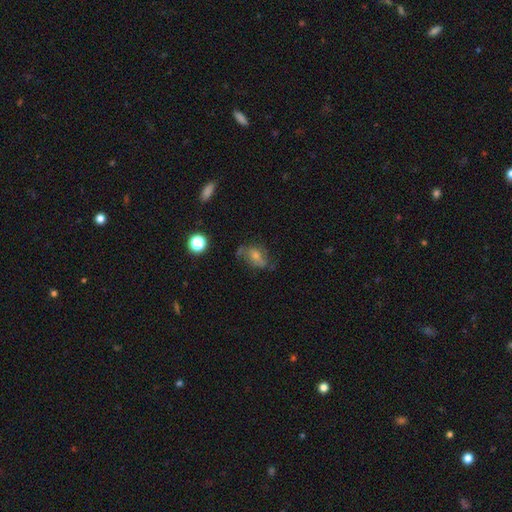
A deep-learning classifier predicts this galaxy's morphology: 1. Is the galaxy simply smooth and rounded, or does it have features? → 51% featured or disk, 30% smooth, 19% star or artifact.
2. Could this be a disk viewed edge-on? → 93% no, 7% yes.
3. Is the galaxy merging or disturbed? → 61% none, 23% minor disturbance, 14% major disturbance, 3% merger.